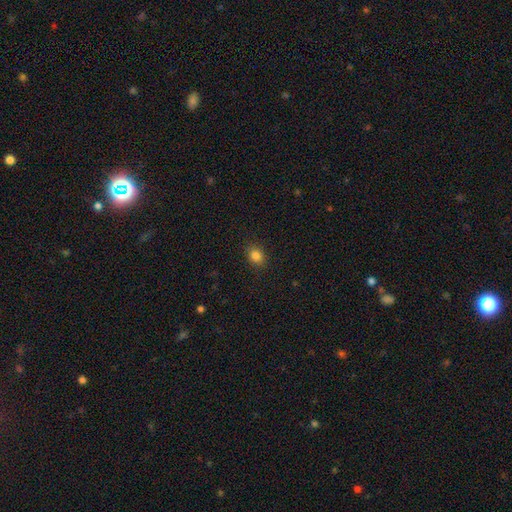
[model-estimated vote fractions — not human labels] smooth 84%, star or artifact 12%, featured or disk 5%. Down the decision tree: how rounded — round (56%); merging — none (89%).